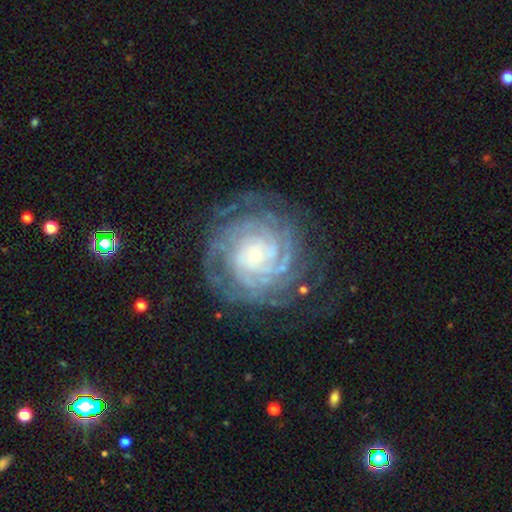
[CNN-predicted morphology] A featured or disk galaxy (87%) with no bar (76%), tight (82%) spiral arms (97%) and a small central bulge (78%).

Vote fractions:
- Smooth or featured? featured or disk: 87% / smooth: 7% / star or artifact: 6%
- Edge-on disk? no: 98% / yes: 2%
- Bar? no: 76% / weak: 18% / strong: 6%
- Spiral arms? yes: 97% / no: 3%
- Spiral winding? tight: 82% / medium: 15% / loose: 3%
- Spiral arm count? can't tell: 28% / 4: 21% / more than 4: 21% / 3: 12% / 2: 10% / 1: 7%
- Bulge size? small: 78% / moderate: 16% / none: 3% / large: 3% / dominant: 1%
- Merging? none: 76% / minor disturbance: 15% / major disturbance: 8% / merger: 1%